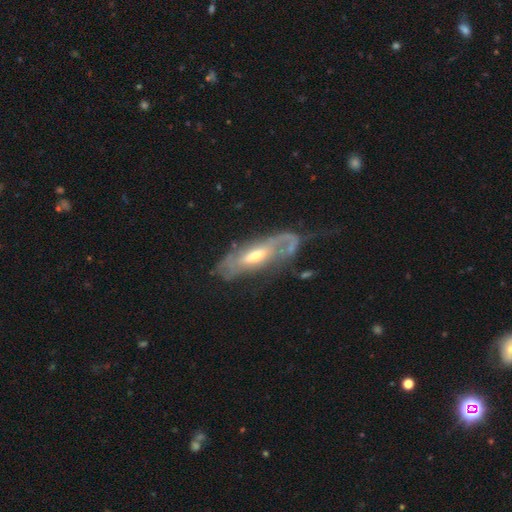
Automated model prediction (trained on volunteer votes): Smooth or featured?
  - featured or disk: 74% *
  - smooth: 20%
  - star or artifact: 6%
Edge-on disk?
  - no: 80% *
  - yes: 20%
Bar?
  - no: 43% *
  - weak: 41%
  - strong: 16%
Spiral arms?
  - yes: 71% *
  - no: 29%
Bulge size?
  - moderate: 64% *
  - small: 24%
  - large: 10%
  - none: 2%
  - dominant: 1%
Merging?
  - none: 41% *
  - major disturbance: 29%
  - minor disturbance: 23%
  - merger: 6%